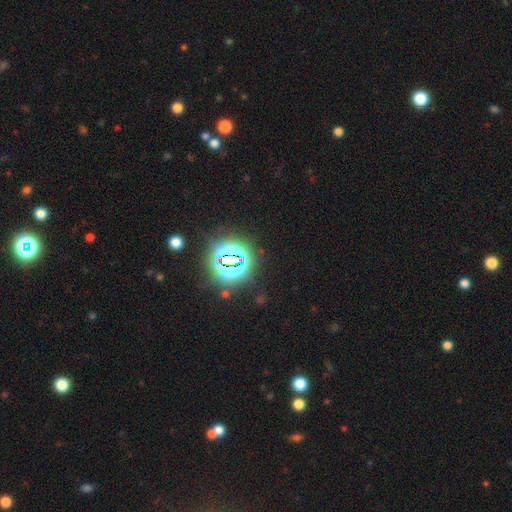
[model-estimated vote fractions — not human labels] This is clearly a star or artifact rather than a galaxy (85%).